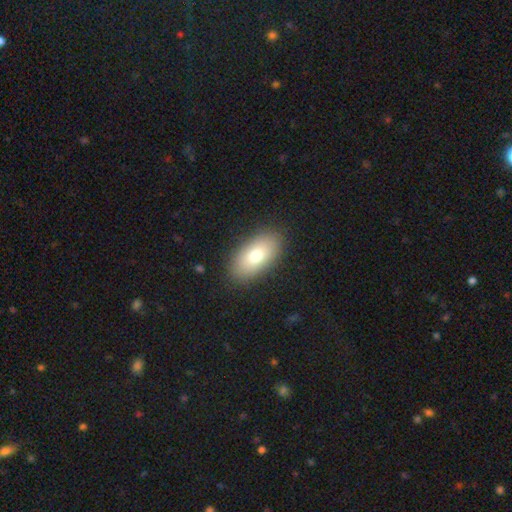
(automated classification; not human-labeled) Overall: smooth (75%). How rounded: in between (92%). Merging: none (88%).